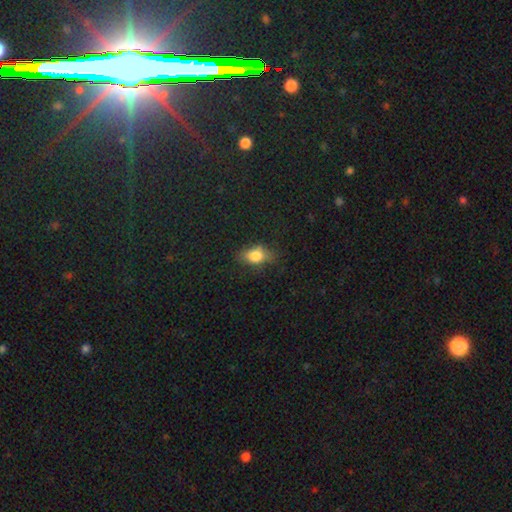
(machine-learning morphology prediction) This is likely a smooth galaxy (78%). How rounded: likely in between (76%). Merging: likely none (67%).